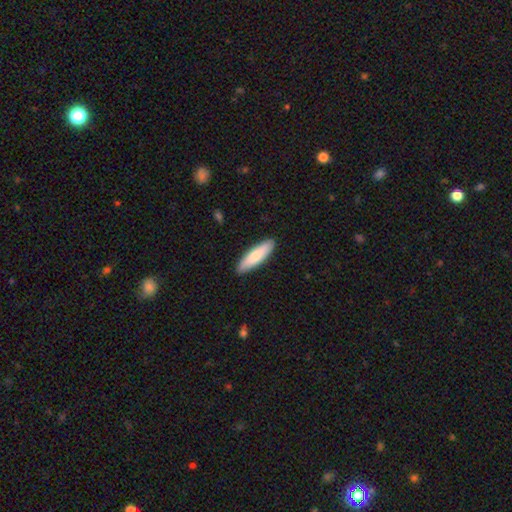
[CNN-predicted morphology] Smooth or featured? smooth (77%)
How rounded? cigar-shaped (67%)
Merging? none (90%)